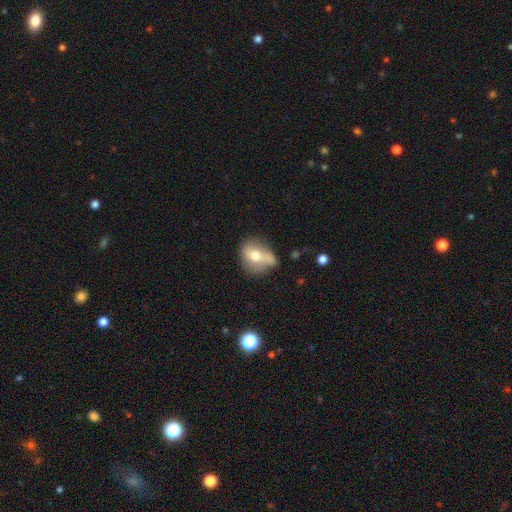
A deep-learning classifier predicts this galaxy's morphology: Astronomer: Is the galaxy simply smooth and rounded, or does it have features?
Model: smooth — 60%.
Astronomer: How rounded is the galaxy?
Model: in between — 58% (runner-up: round, 39%).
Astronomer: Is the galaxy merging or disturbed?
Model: none — 38% (runner-up: minor disturbance, 27%).